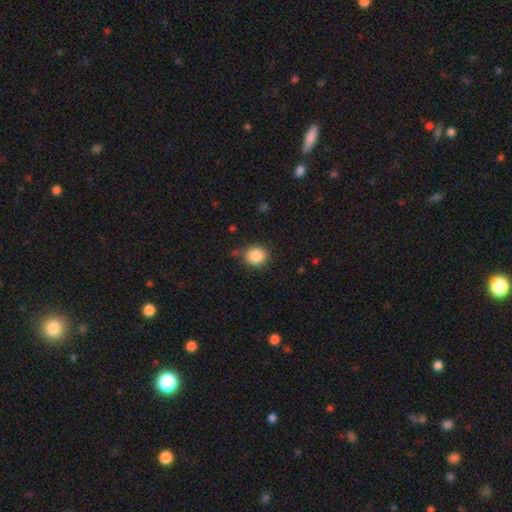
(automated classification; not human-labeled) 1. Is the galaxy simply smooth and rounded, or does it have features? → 86% smooth, 10% star or artifact, 5% featured or disk.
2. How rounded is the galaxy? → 82% round, 17% in between, 1% cigar-shaped.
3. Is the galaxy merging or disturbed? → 68% none, 23% minor disturbance, 6% major disturbance, 4% merger.